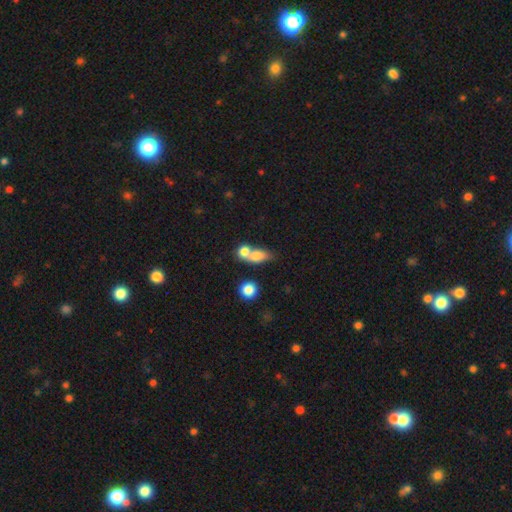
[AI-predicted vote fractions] Q: Smooth or featured?
A: smooth (74%); runner-up: featured or disk (16%)
Q: How rounded?
A: in between (57%); runner-up: round (35%)
Q: Merging?
A: merger (61%); runner-up: none (26%)